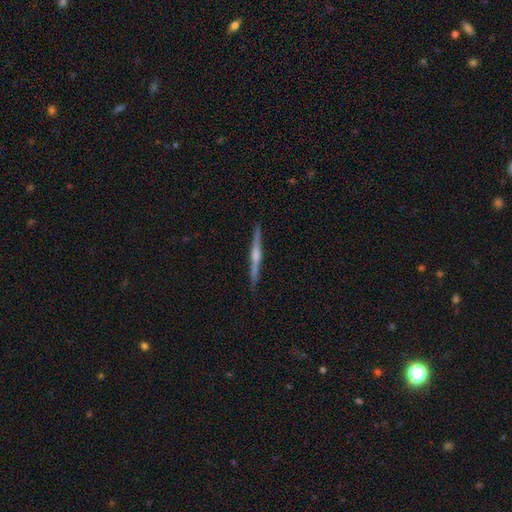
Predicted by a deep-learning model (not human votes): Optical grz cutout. It shows a featured or disk galaxy (78%) viewed edge-on (98%) with a rounded central bulge (75%). Merging: none (91%).